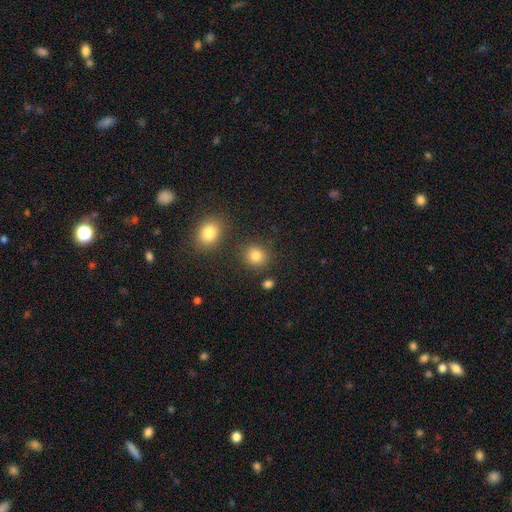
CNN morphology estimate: This appears to be a smooth galaxy with no disk features (83%) that is round (80%). Merging: none (83%).